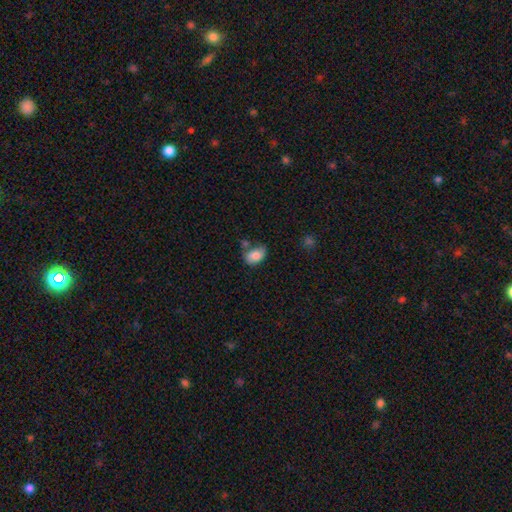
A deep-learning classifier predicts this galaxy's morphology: Smooth or featured?
  - smooth: 82% *
  - featured or disk: 11%
  - star or artifact: 8%
How rounded?
  - in between: 83% *
  - round: 16%
  - cigar-shaped: 1%
Merging?
  - none: 47% *
  - minor disturbance: 30%
  - merger: 13%
  - major disturbance: 10%